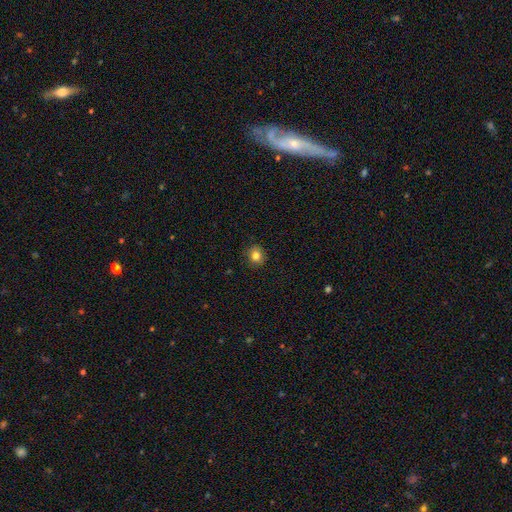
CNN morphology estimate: A smooth galaxy with no disk features (83%) that is round (85%). Merging: none (89%).